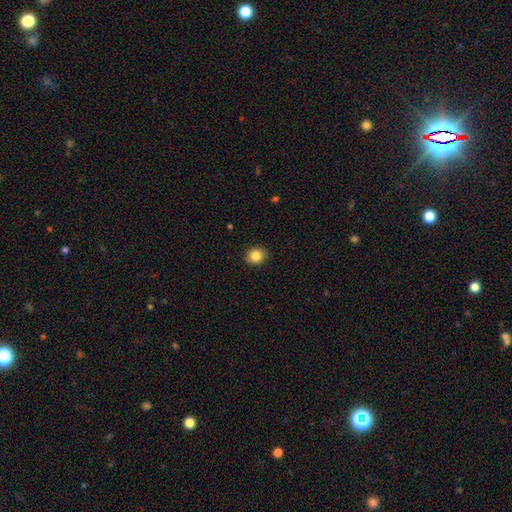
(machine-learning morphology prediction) Smooth or featured?
  - smooth: 85% *
  - star or artifact: 10%
  - featured or disk: 5%
How rounded?
  - round: 76% *
  - in between: 23%
  - cigar-shaped: 1%
Merging?
  - none: 91% *
  - minor disturbance: 6%
  - major disturbance: 2%
  - merger: 1%